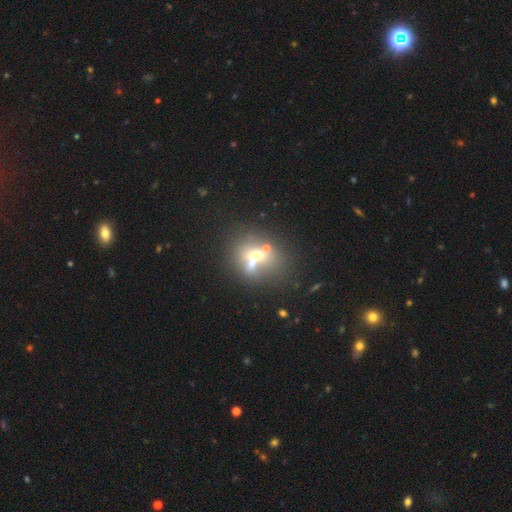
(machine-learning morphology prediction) Smooth or featured?
  - smooth: 48% *
  - featured or disk: 35%
  - star or artifact: 17%
Merging?
  - none: 39% * (tied)
  - merger: 39% * (tied)
  - minor disturbance: 12%
  - major disturbance: 10%